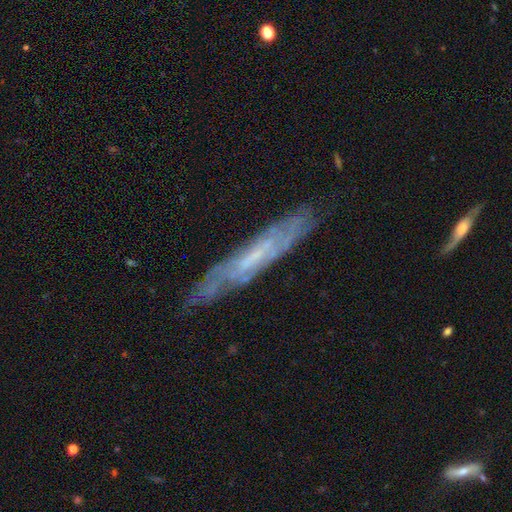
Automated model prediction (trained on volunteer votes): smooth_or_featured: featured or disk (p=0.72) [alt: smooth p=0.21]
disk_edge_on: yes (p=0.55) [alt: no p=0.45]
merging: none (p=0.78) [alt: minor disturbance p=0.17]